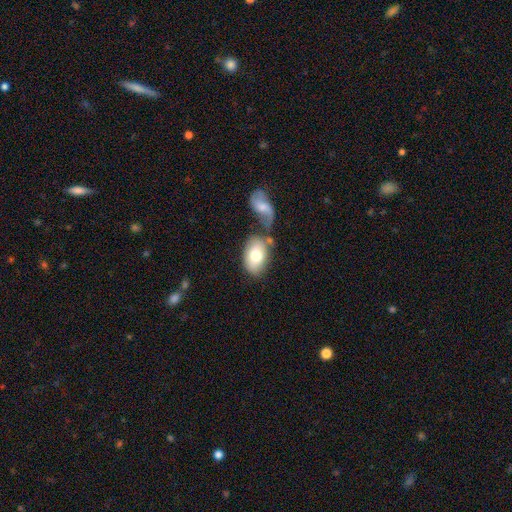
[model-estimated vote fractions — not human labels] Smooth or featured? Predicted: smooth (p=0.72). How rounded? Predicted: in between (p=0.89). Merging? Predicted: none (p=0.52).